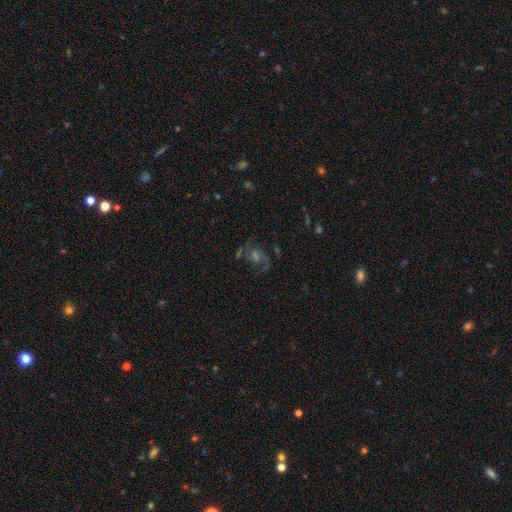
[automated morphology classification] type=featured or disk (67%); edge-on=no (97%); bar=no (58%); spiral arms=yes (89%); winding=medium (55%); arm count=2 (80%); bulge=moderate (42%); merging=none (69%).